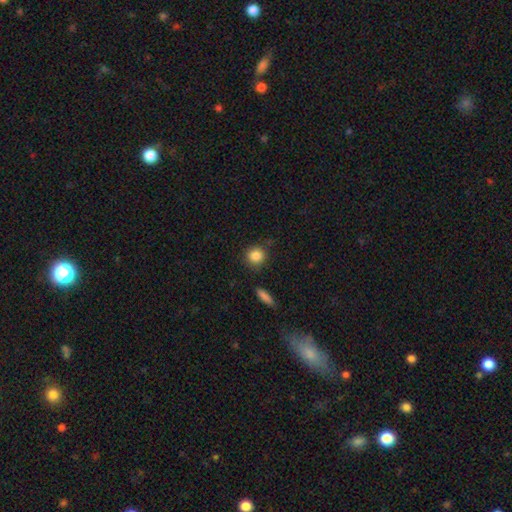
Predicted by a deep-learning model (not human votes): This is clearly a smooth galaxy (86%). How rounded: clearly round (87%). Merging: clearly none (83%).